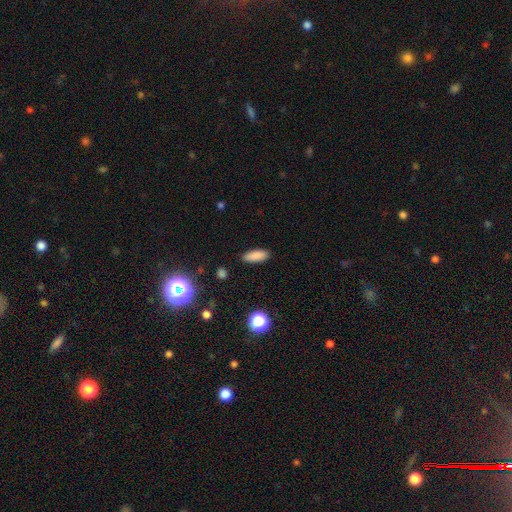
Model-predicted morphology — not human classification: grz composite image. It shows a smooth galaxy with no disk features (86%) that is in between round and cigar-shaped (67%). Merging: none (88%).